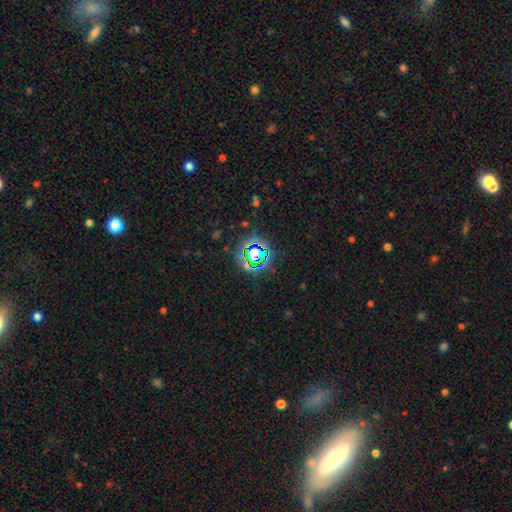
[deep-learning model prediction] Q: Smooth or featured?
A: star or artifact (63%); runner-up: smooth (26%)